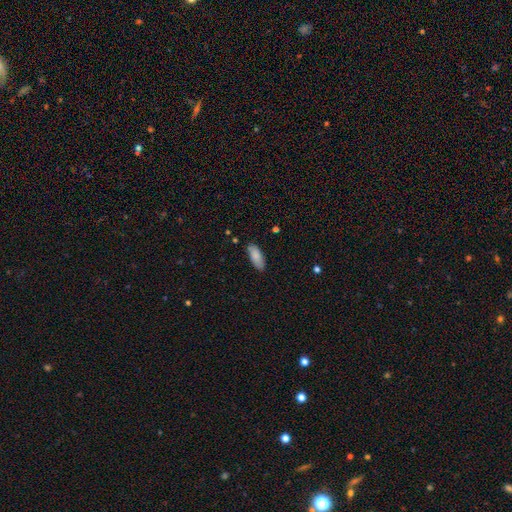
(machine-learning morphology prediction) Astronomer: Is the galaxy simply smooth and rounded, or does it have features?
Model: smooth — 85%.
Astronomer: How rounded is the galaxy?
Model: in between — 82%.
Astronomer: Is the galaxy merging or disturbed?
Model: none — 82%.